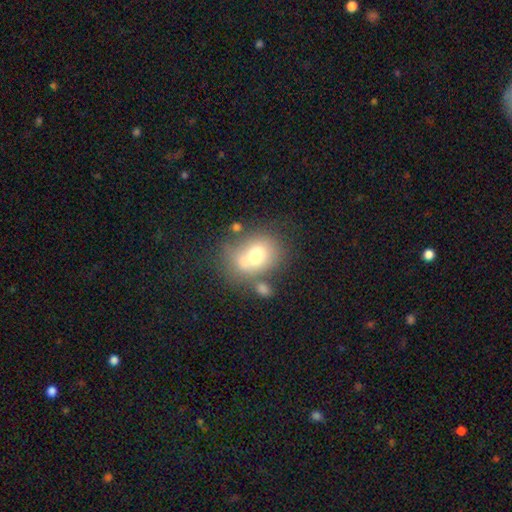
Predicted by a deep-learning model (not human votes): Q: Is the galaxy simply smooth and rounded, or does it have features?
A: smooth — 67%.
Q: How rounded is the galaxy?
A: round — 57%.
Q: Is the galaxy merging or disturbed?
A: none — 42%.